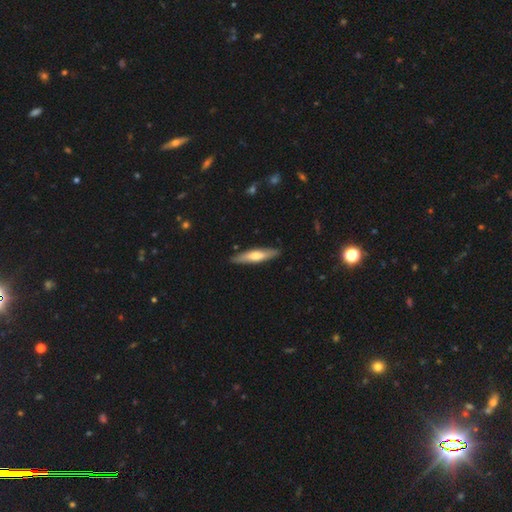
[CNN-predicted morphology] type=smooth (53%); roundness=cigar-shaped (80%); merging=none (88%).